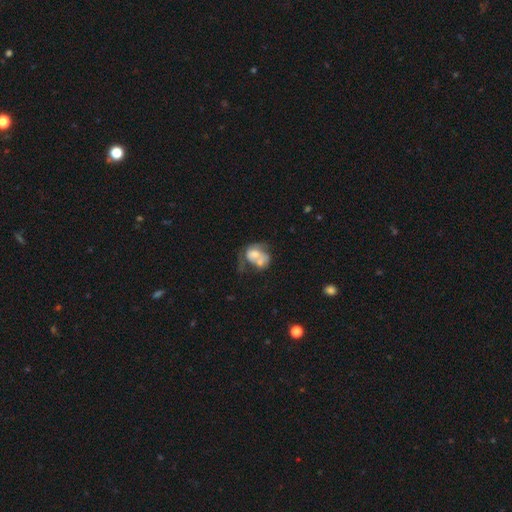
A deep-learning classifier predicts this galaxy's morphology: Overall: smooth (50%; featured or disk 41%). Merging: merger (51%; major disturbance 19%).